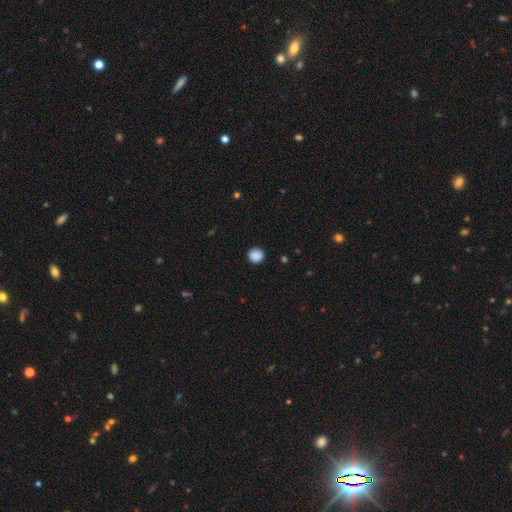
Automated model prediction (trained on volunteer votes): Q: Smooth or featured?
A: smooth (89%); runner-up: star or artifact (9%)
Q: How rounded?
A: round (93%); runner-up: in between (6%)
Q: Merging?
A: none (91%); runner-up: minor disturbance (6%)